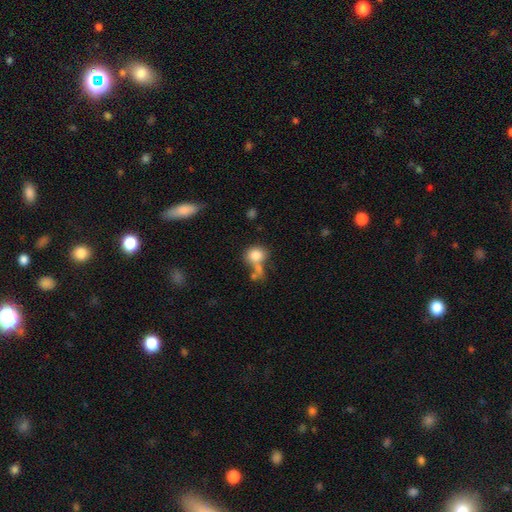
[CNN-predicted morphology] Smooth or featured? smooth (80%)
How rounded? round (68%)
Merging? none (44%)